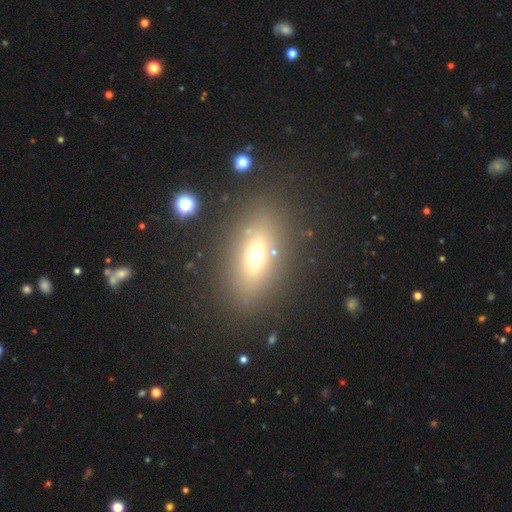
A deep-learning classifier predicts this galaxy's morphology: A smooth galaxy with no disk features (60%) that is in between round and cigar-shaped (73%).

Vote fractions:
- Smooth or featured? smooth: 60% / featured or disk: 24% / star or artifact: 16%
- How rounded? in between: 73% / cigar-shaped: 17% / round: 10%
- Merging? none: 82% / minor disturbance: 9% / major disturbance: 5% / merger: 3%